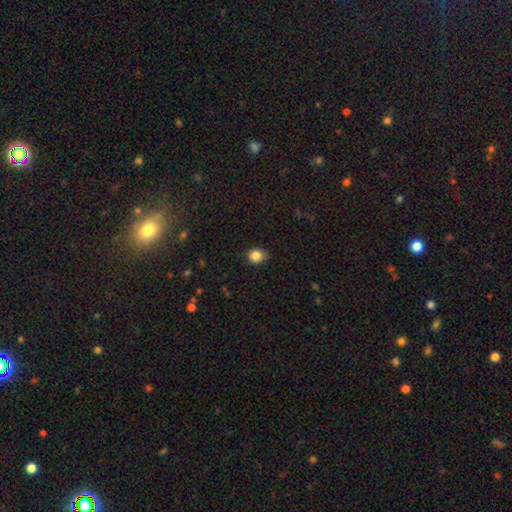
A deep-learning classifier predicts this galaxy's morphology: smooth-or-featured: smooth: 84% | star or artifact: 11% | featured or disk: 5%
  how-rounded: round: 66% | in between: 33% | cigar-shaped: 1%
  merging: none: 74% | minor disturbance: 22% | major disturbance: 3% | merger: 1%